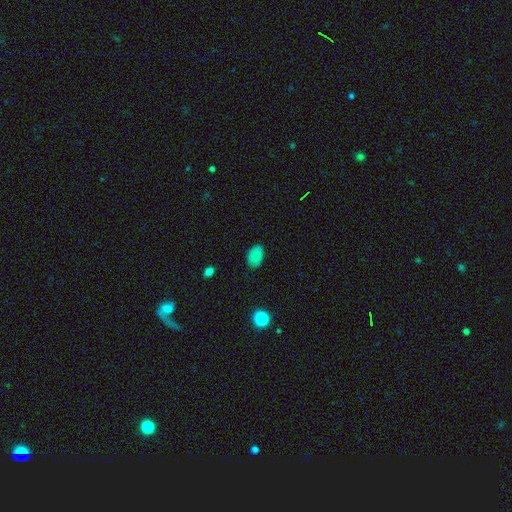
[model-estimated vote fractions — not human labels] smooth-or-featured: smooth: 82% | star or artifact: 11% | featured or disk: 6%
  how-rounded: in between: 84% | round: 15% | cigar-shaped: 1%
  merging: none: 83% | minor disturbance: 12% | major disturbance: 3% | merger: 1%